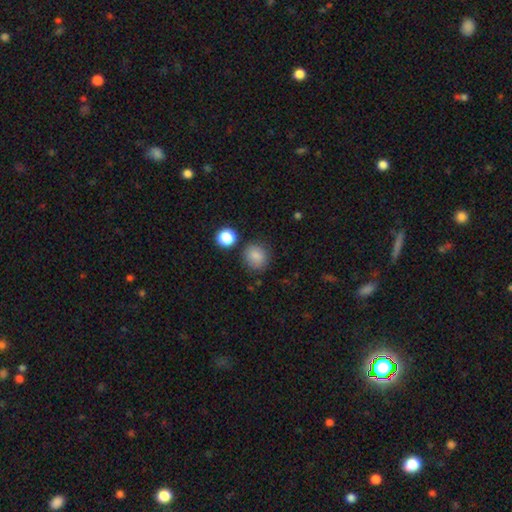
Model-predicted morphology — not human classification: This appears to be a smooth galaxy with no disk features (84%) that is round (82%). Merging: none (81%).